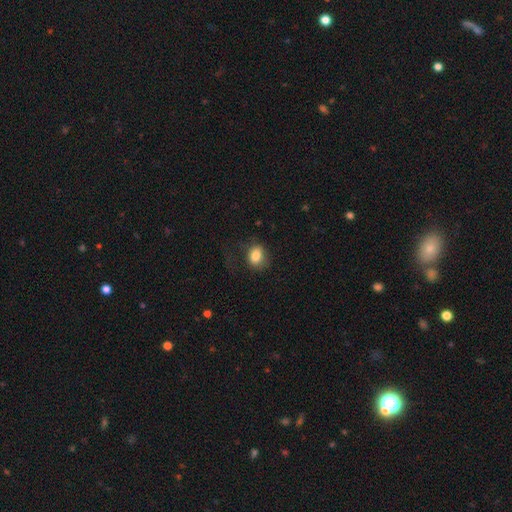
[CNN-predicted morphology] Smooth or featured? smooth (81%)
How rounded? in between (61%)
Merging? none (63%)